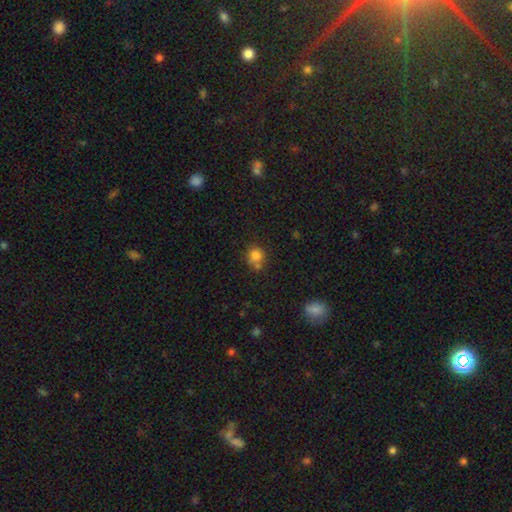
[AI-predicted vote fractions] smooth-or-featured: smooth: 79% | star or artifact: 13% | featured or disk: 8%
  how-rounded: round: 83% | in between: 17% | cigar-shaped: 1%
  merging: none: 61% | merger: 18% | minor disturbance: 16% | major disturbance: 5%